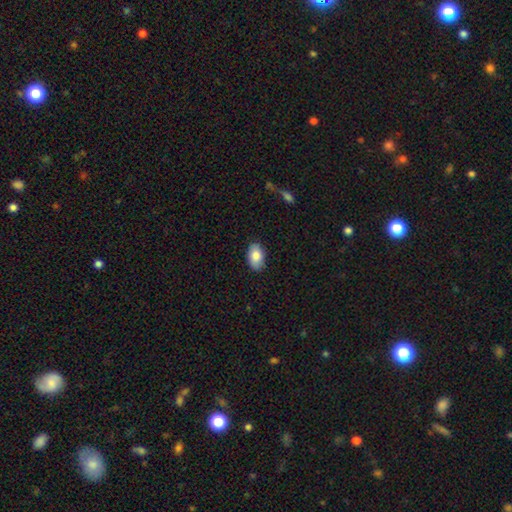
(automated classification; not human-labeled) Overall: smooth (85%). How rounded: in between (93%). Merging: none (86%).